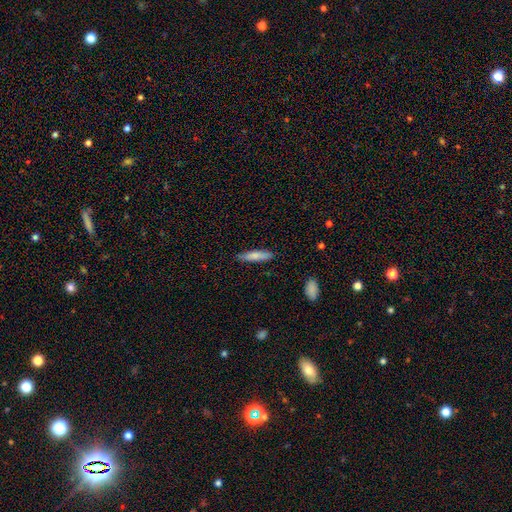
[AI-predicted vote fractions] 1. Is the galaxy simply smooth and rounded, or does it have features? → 78% smooth, 16% featured or disk, 6% star or artifact.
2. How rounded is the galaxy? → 81% cigar-shaped, 17% in between, 2% round.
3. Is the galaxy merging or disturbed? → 85% none, 11% minor disturbance, 2% major disturbance, 1% merger.